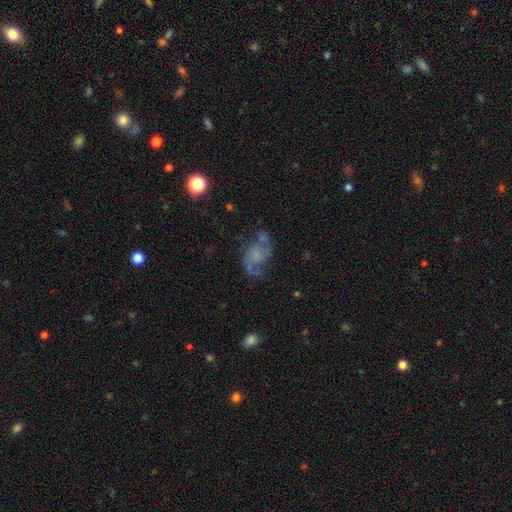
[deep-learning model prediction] A featured or disk galaxy (64%) with no bar (71%), spiral arms (79%) and no central bulge (45%).

Vote fractions:
- Smooth or featured? featured or disk: 64% / smooth: 24% / star or artifact: 13%
- Edge-on disk? no: 97% / yes: 3%
- Bar? no: 71% / weak: 24% / strong: 5%
- Spiral arms? yes: 79% / no: 21%
- Bulge size? none: 45% / small: 28% / moderate: 18% / large: 6% / dominant: 2%
- Merging? none: 50% / minor disturbance: 22% / major disturbance: 21% / merger: 8%